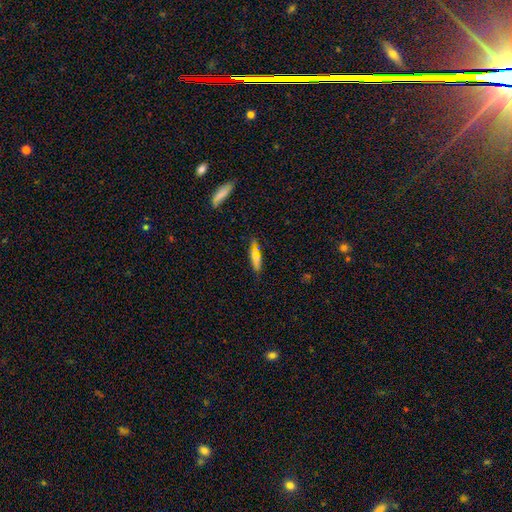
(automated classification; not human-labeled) A smooth galaxy with no disk features (68%) that is cigar-shaped (64%).

Vote fractions:
- Smooth or featured? smooth: 68% / featured or disk: 22% / star or artifact: 10%
- How rounded? cigar-shaped: 64% / in between: 34% / round: 2%
- Merging? none: 72% / minor disturbance: 18% / merger: 6% / major disturbance: 4%